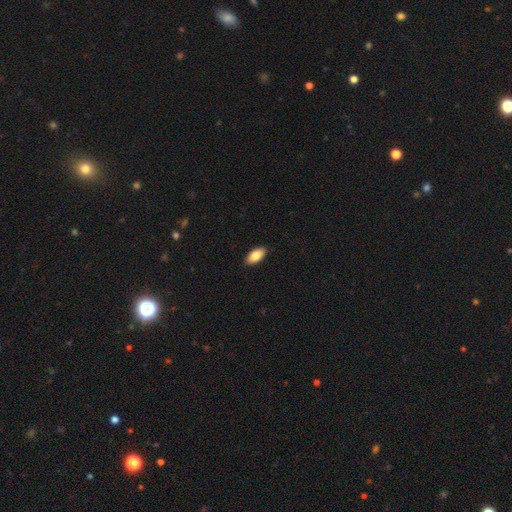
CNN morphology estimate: smooth 84%, featured or disk 10%, star or artifact 7%. Down the decision tree: how rounded — in between (93%); merging — none (90%).